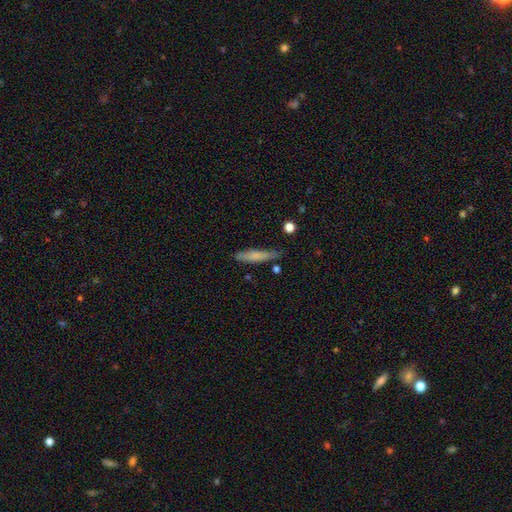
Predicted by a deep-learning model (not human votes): Smooth or featured? Predicted: smooth (p=0.72). How rounded? Predicted: cigar-shaped (p=0.85). Merging? Predicted: none (p=0.72).